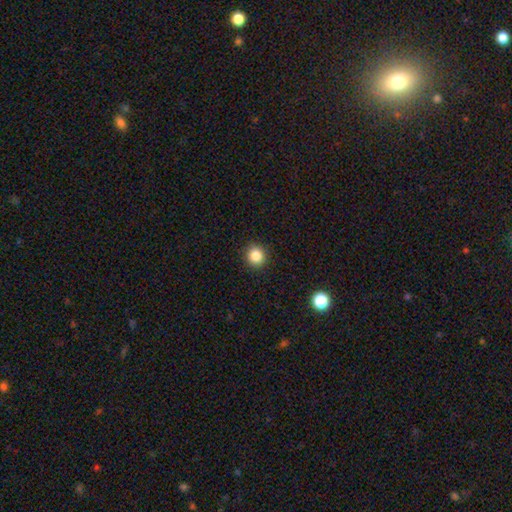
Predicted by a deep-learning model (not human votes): A smooth galaxy with no disk features (86%) that is round (93%). Merging: none (92%).